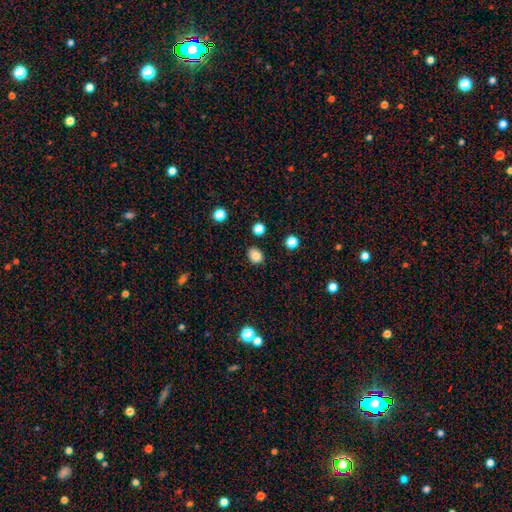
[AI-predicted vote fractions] smooth-or-featured: smooth: 84% | star or artifact: 11% | featured or disk: 5%
  how-rounded: round: 57% | in between: 42% | cigar-shaped: 1%
  merging: none: 85% | minor disturbance: 10% | major disturbance: 2% | merger: 2%